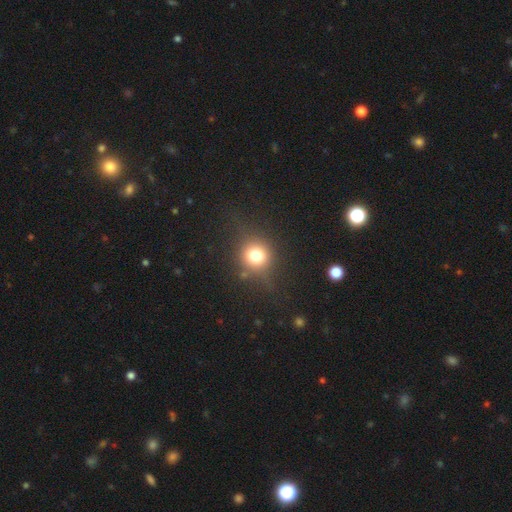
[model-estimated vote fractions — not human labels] smooth_or_featured: smooth (p=0.73) [alt: star or artifact p=0.15]
how_rounded: round (p=0.87) [alt: in between p=0.11]
merging: none (p=0.77) [alt: minor disturbance p=0.14]